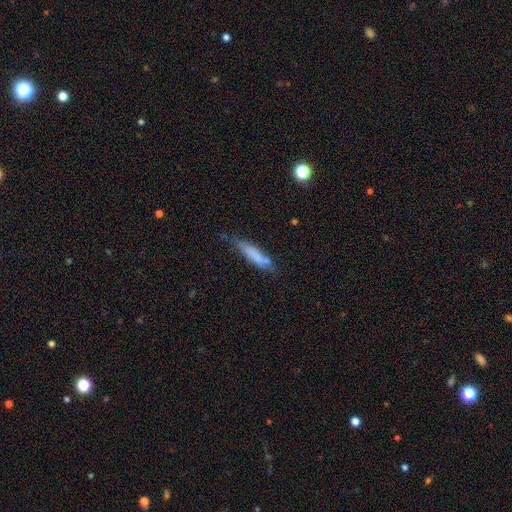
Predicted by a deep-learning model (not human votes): Smooth or featured? Predicted: smooth (p=0.70). How rounded? Predicted: cigar-shaped (p=0.81). Merging? Predicted: none (p=0.63).